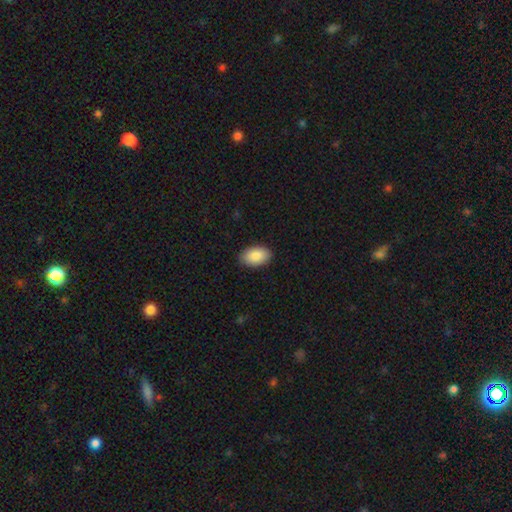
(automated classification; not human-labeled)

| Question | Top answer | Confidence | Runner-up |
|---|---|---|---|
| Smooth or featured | smooth | 88% | star or artifact (6%) |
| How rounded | in between | 93% | round (6%) |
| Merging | none | 89% | minor disturbance (8%) |